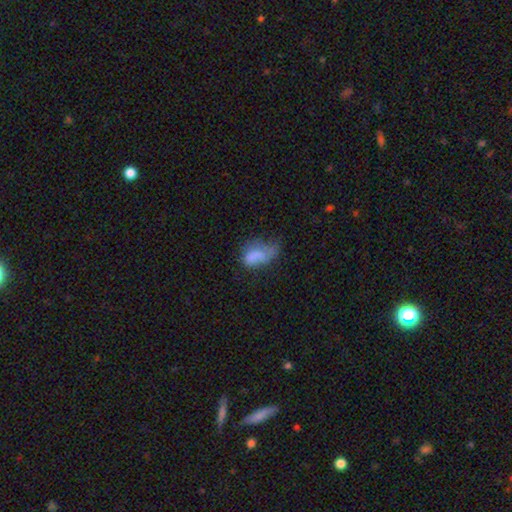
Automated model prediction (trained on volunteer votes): This appears to be a smooth galaxy with no disk features (64%) that is in between round and cigar-shaped (89%). Merging: major disturbance (40%).